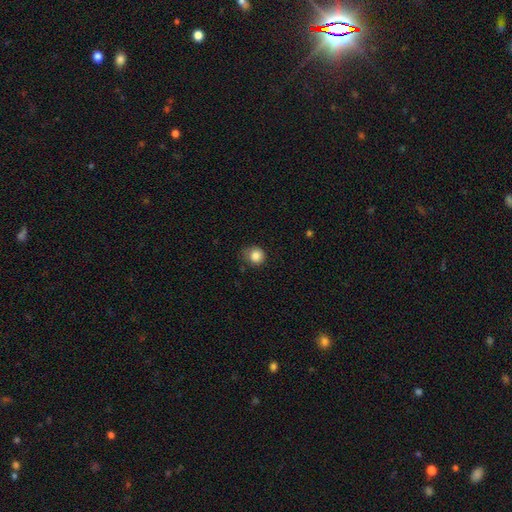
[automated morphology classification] A smooth galaxy with no disk features (85%) that is round (85%).

Vote fractions:
- Smooth or featured? smooth: 85% / star or artifact: 10% / featured or disk: 5%
- How rounded? round: 85% / in between: 14% / cigar-shaped: 1%
- Merging? none: 65% / minor disturbance: 27% / major disturbance: 7% / merger: 2%